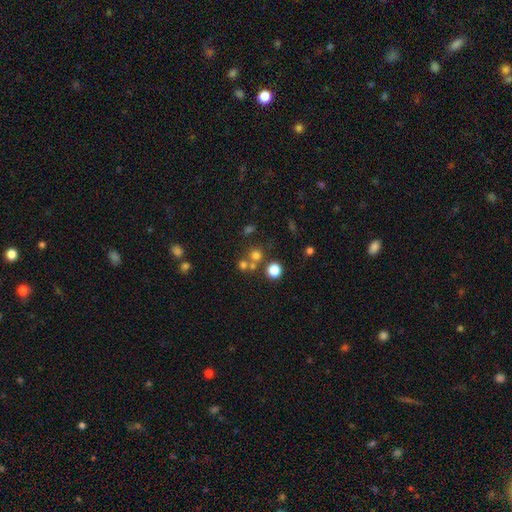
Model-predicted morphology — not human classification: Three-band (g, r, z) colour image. It shows a smooth galaxy with no disk features (63%) that is round (89%). Merging: none (63%).